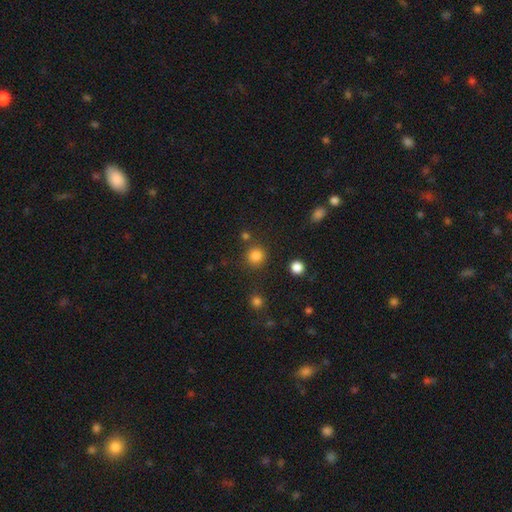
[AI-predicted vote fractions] Smooth or featured?
  - smooth: 82% *
  - star or artifact: 13%
  - featured or disk: 4%
How rounded?
  - round: 93% *
  - in between: 6%
  - cigar-shaped: 1%
Merging?
  - none: 84% *
  - minor disturbance: 7%
  - merger: 5%
  - major disturbance: 3%